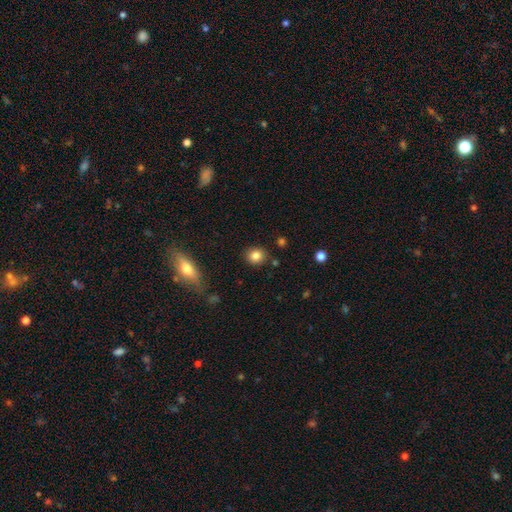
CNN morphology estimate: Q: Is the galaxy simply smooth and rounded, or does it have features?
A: smooth — 84%.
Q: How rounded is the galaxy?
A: round — 79%.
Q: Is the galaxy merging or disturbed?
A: none — 88%.